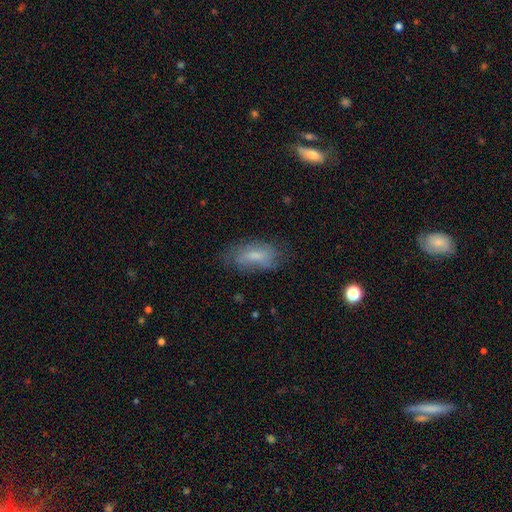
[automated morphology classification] smooth-or-featured: smooth: 65% | featured or disk: 27% | star or artifact: 9%
  how-rounded: in between: 87% | cigar-shaped: 9% | round: 4%
  merging: none: 61% | minor disturbance: 25% | major disturbance: 12% | merger: 2%